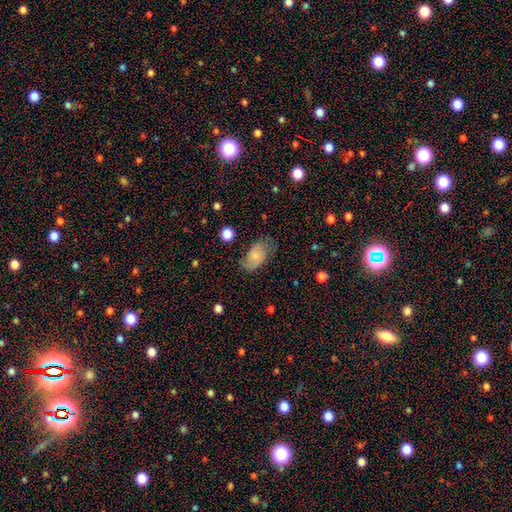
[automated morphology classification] Overall: smooth (66%). How rounded: in between (91%). Merging: none (60%; minor disturbance 27%).